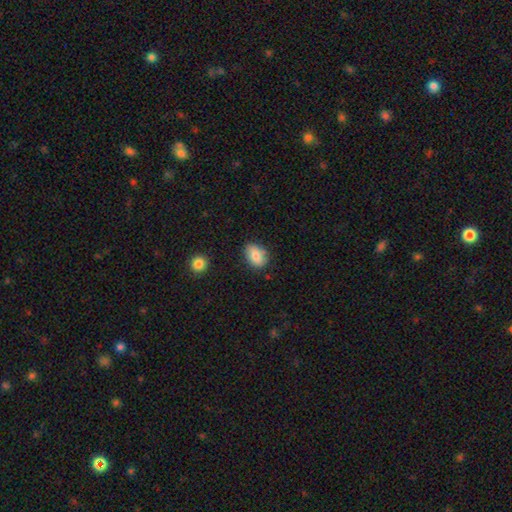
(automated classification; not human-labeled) The model was most divided on "merging": none: 77%, minor disturbance: 18%, major disturbance: 3%, merger: 2%. More confident: smooth or featured — smooth (82%); how rounded — in between (81%).